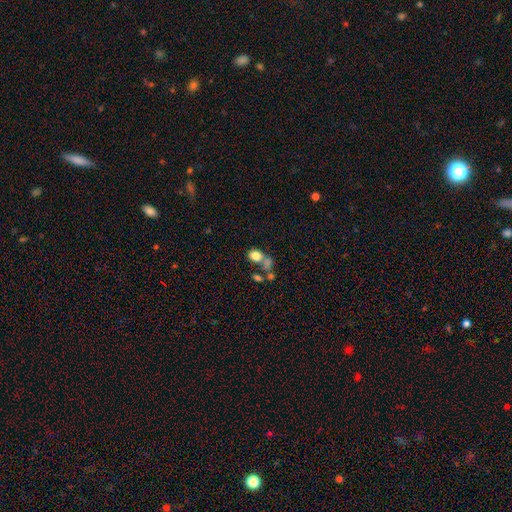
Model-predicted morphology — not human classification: Smooth or featured?
  - smooth: 76% *
  - featured or disk: 12%
  - star or artifact: 11%
How rounded?
  - in between: 53% *
  - round: 46%
  - cigar-shaped: 1%
Merging?
  - merger: 40% *
  - none: 36%
  - minor disturbance: 13%
  - major disturbance: 11%